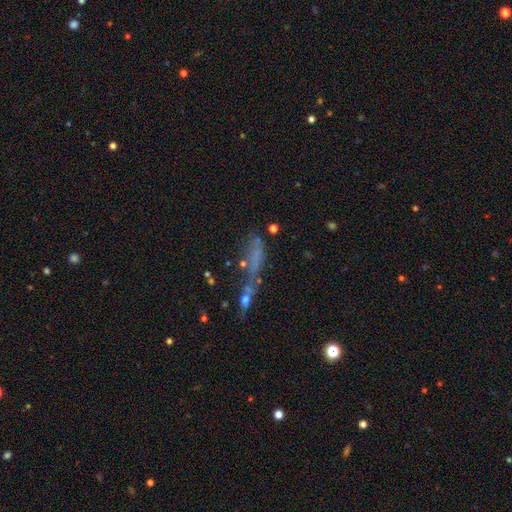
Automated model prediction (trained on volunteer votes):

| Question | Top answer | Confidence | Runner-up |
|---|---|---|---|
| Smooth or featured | smooth | 45% | featured or disk (32%) |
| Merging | none | 33% | merger (25%) |